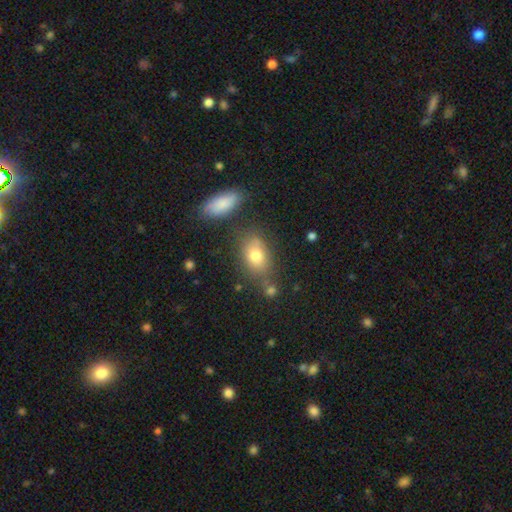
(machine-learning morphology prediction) type=smooth (77%); roundness=in between (80%); merging=none (65%).